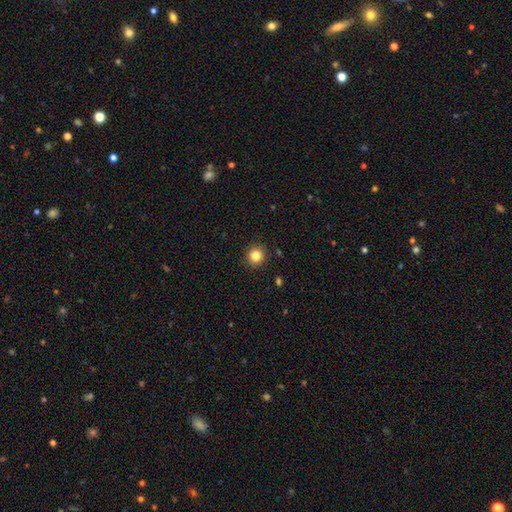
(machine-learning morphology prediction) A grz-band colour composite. It shows a smooth galaxy with no disk features (84%) that is round (93%). Merging: none (91%).